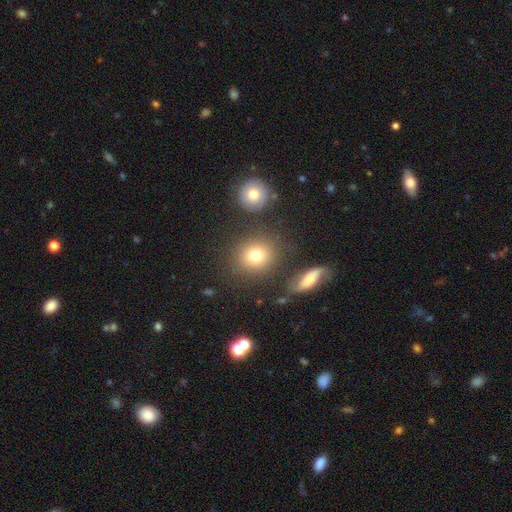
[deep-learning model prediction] smooth 77%, star or artifact 13%, featured or disk 10%. Down the decision tree: how rounded — round (80%); merging — none (78%).